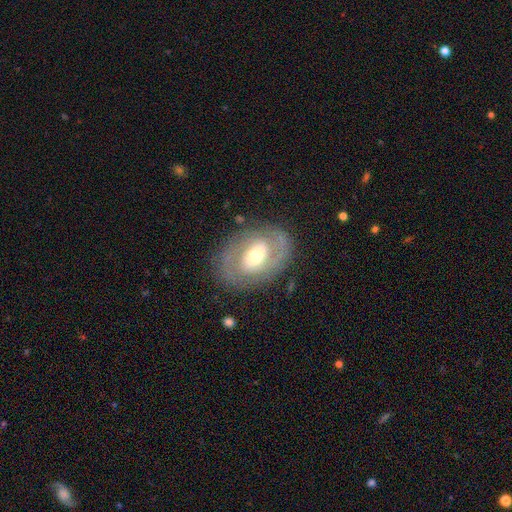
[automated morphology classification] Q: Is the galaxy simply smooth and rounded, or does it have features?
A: featured or disk — 75%.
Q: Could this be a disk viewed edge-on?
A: no — 95%.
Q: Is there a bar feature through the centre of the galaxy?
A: no — 40%.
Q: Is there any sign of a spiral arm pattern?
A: yes — 73%.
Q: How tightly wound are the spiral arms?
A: tight — 49%.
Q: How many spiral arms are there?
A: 2 — 67%.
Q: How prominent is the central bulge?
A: moderate — 57%.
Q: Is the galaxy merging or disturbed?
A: none — 78%.